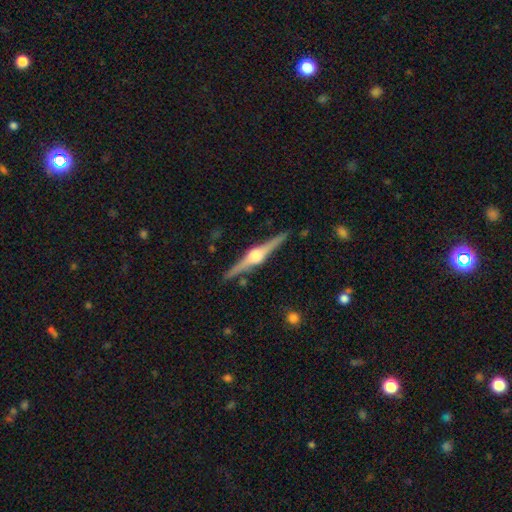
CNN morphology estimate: type=featured or disk (87%); edge-on=yes (98%); edge-on bulge=rounded (92%); merging=none (89%).